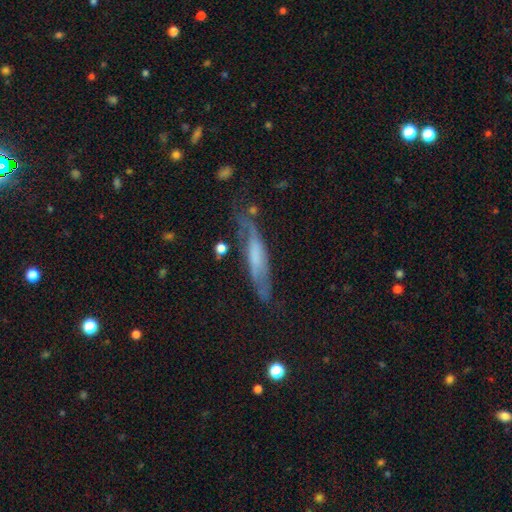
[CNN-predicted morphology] Smooth or featured? featured or disk (55%)
Edge-on disk? yes (52%)
Merging? none (52%)